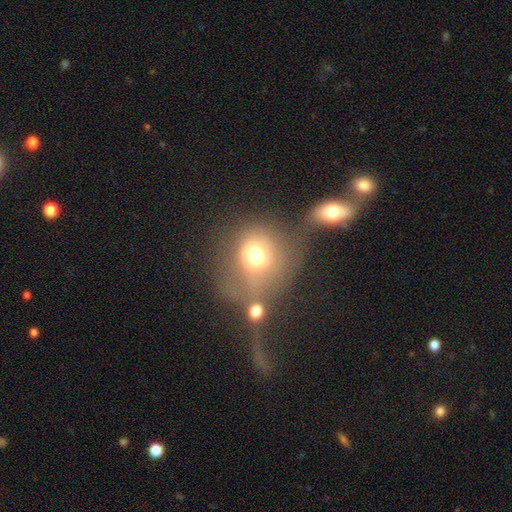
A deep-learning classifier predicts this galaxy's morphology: Smooth or featured? Predicted: smooth (p=0.67). How rounded? Predicted: round (p=0.77). Merging? Predicted: merger (p=0.32).